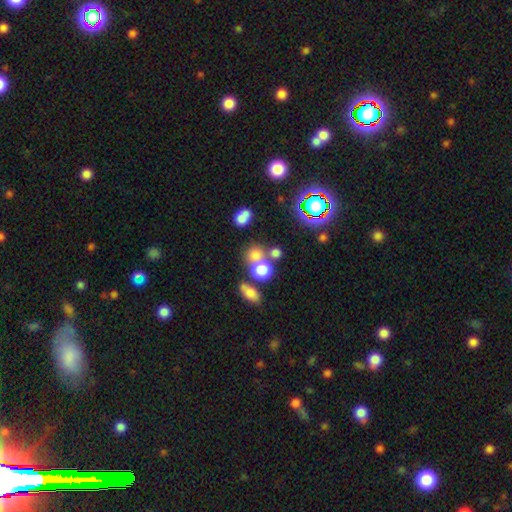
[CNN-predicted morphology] A smooth galaxy with no disk features (69%) that is round (79%).

Vote fractions:
- Smooth or featured? smooth: 69% / star or artifact: 19% / featured or disk: 11%
- How rounded? round: 79% / in between: 19% / cigar-shaped: 1%
- Merging? none: 46% / merger: 39% / minor disturbance: 9% / major disturbance: 5%